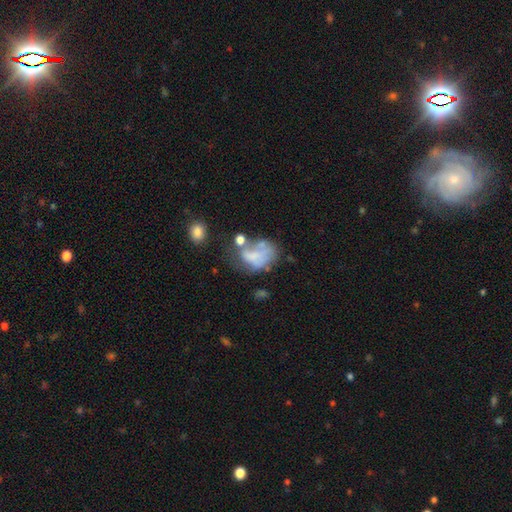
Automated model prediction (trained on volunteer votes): featured or disk 44%, smooth 43%, star or artifact 13%. Down the decision tree: merging — major disturbance (34%).